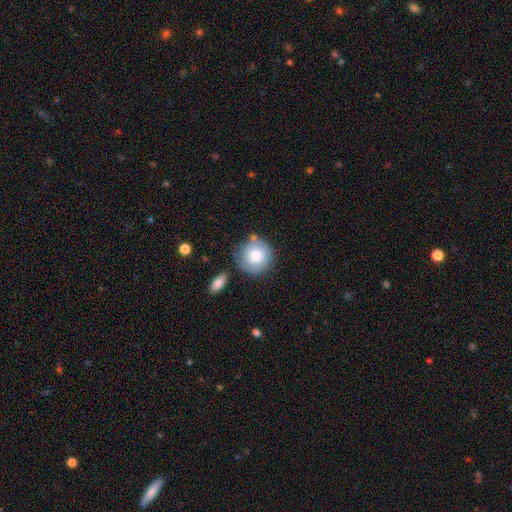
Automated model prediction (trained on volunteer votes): smooth 76%, featured or disk 17%, star or artifact 7%. Down the decision tree: how rounded — round (91%); merging — none (68%).